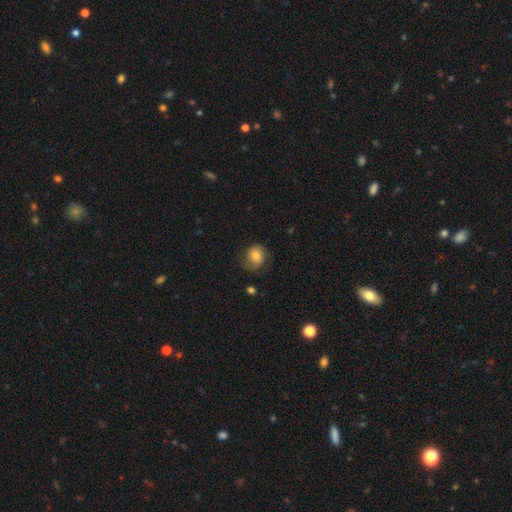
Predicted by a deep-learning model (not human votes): The model was most divided on "smooth or featured": smooth: 56%, featured or disk: 35%, star or artifact: 8%. More confident: how rounded — round (67%); merging — none (61%).